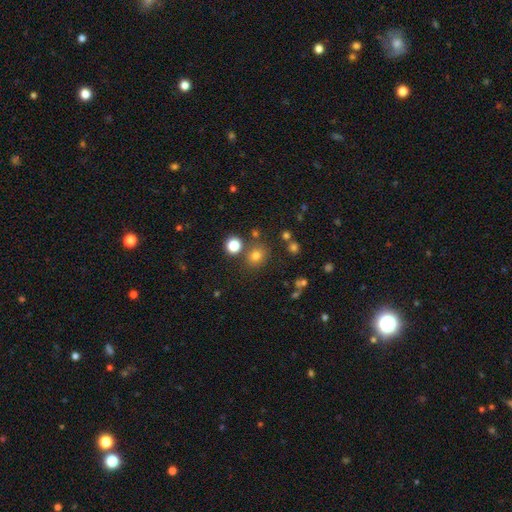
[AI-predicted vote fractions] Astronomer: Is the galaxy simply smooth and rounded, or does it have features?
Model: smooth — 75%.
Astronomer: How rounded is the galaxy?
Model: round — 82%.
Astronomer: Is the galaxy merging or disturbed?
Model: none — 79%.